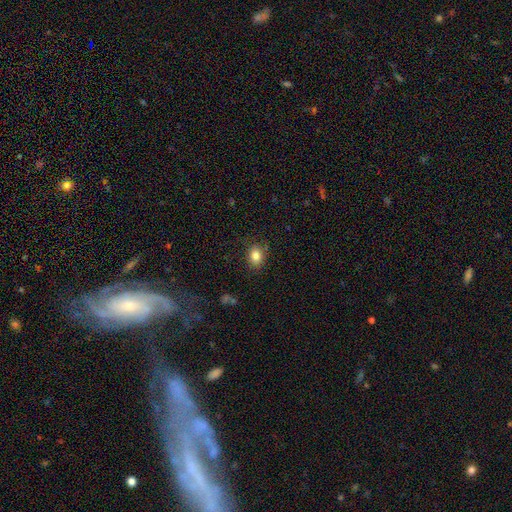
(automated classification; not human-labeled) Overall: smooth (83%). How rounded: in between (59%; round 40%). Merging: none (79%).